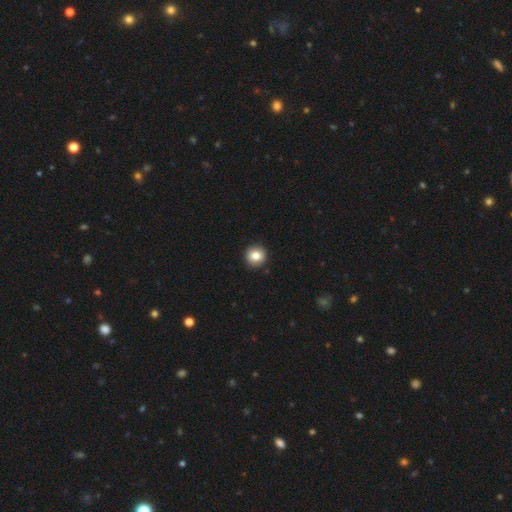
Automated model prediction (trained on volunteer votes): This is clearly a smooth galaxy (83%). How rounded: clearly round (94%). Merging: clearly none (92%).